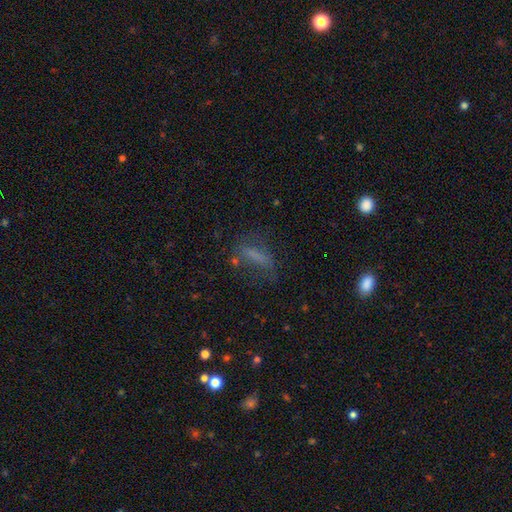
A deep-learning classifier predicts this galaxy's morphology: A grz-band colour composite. It shows a smooth galaxy with no disk features (59%) that is cigar-shaped (57%). Merging: none (58%).